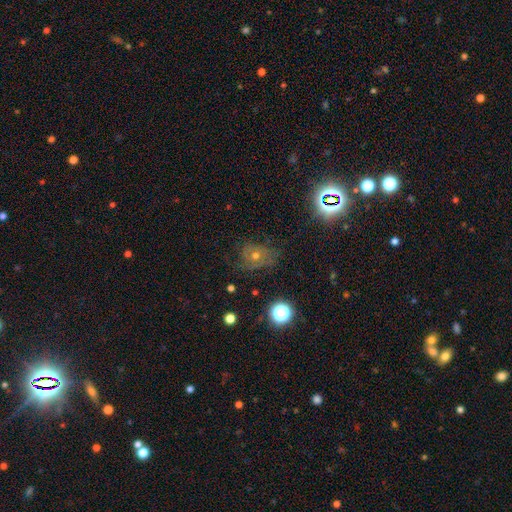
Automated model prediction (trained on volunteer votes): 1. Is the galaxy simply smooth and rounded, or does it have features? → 41% featured or disk, 30% star or artifact, 28% smooth.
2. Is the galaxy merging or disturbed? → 62% none, 22% minor disturbance, 14% major disturbance, 2% merger.